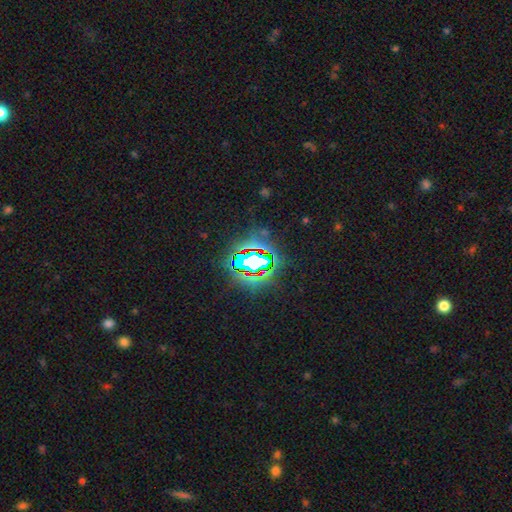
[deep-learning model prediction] star or artifact 83%, smooth 10%, featured or disk 7%.